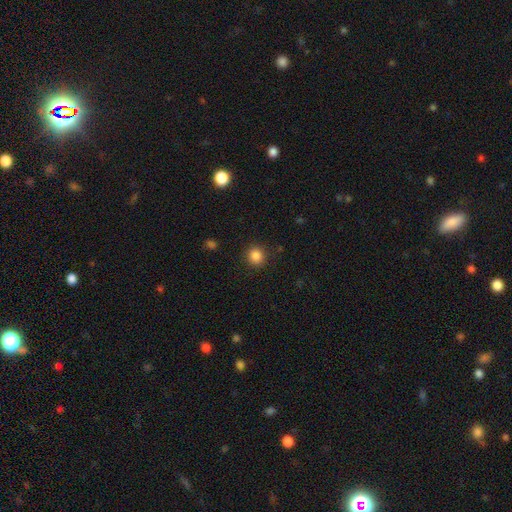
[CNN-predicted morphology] A smooth galaxy with no disk features (86%) that is round (87%). Merging: none (89%).